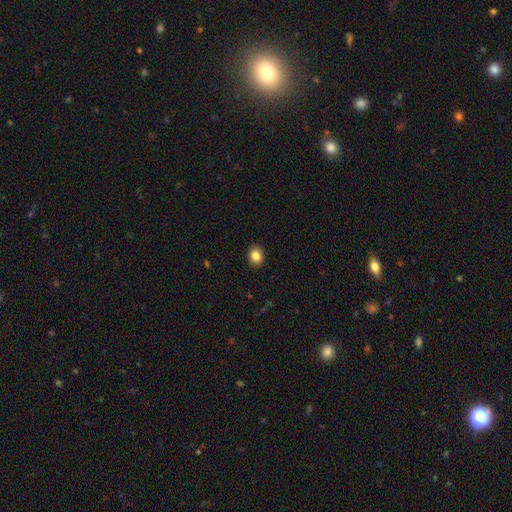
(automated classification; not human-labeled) Smooth or featured? smooth (85%)
How rounded? in between (50%)
Merging? none (91%)